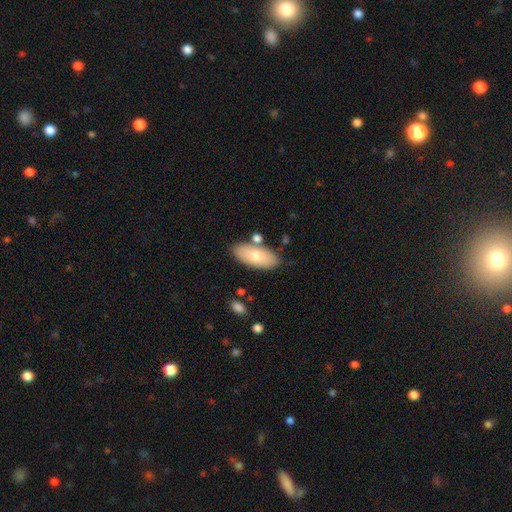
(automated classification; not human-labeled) Smooth or featured: smooth — 74% (featured or disk — 19%)
How rounded: in between — 89% (cigar-shaped — 9%)
Merging: none — 77% (minor disturbance — 12%)